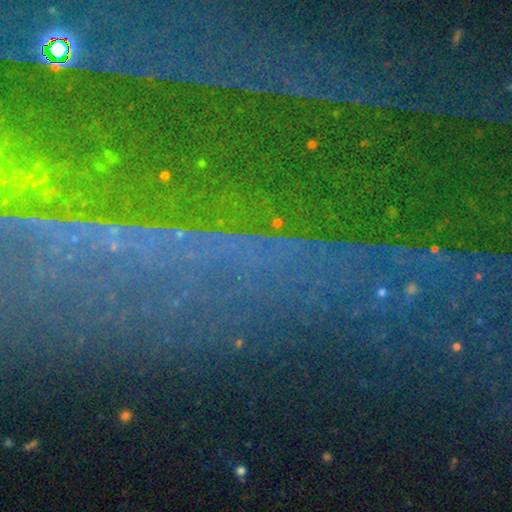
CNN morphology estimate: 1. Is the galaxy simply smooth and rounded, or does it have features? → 83% star or artifact, 10% featured or disk, 8% smooth.